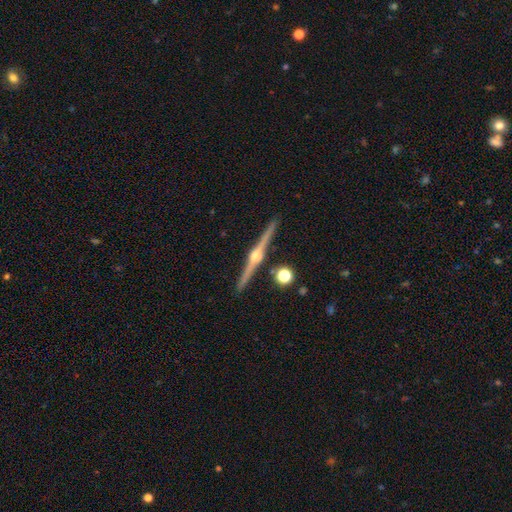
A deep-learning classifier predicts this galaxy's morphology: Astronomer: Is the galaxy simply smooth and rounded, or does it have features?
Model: featured or disk — 89%.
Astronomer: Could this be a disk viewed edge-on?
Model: yes — 99%.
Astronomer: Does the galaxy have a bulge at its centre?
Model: rounded — 96%.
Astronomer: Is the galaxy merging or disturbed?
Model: none — 92%.